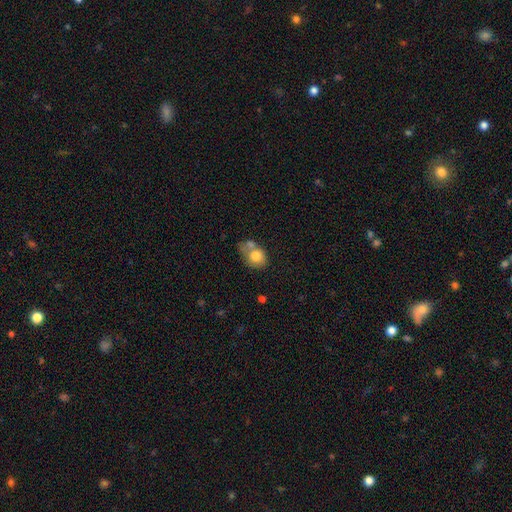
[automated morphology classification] Overall: smooth (75%). How rounded: round (52%; in between 47%). Merging: merger (44%; none 29%).